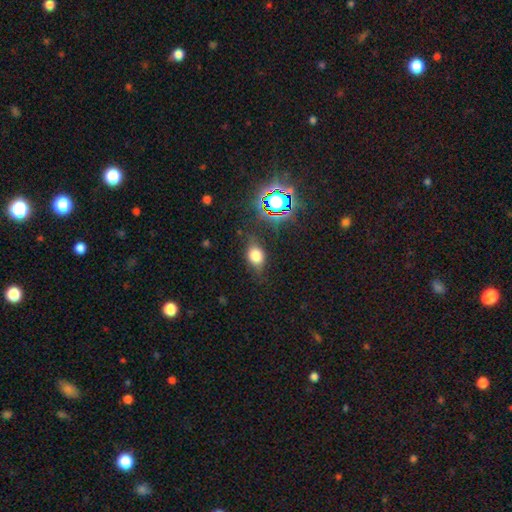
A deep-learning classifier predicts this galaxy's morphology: This is likely a smooth galaxy (67%). How rounded: likely in between (64%). Merging: likely none (71%).